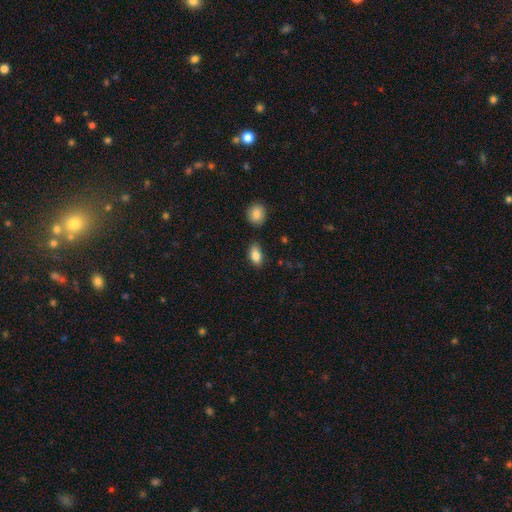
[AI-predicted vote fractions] A smooth galaxy with no disk features (85%) that is in between round and cigar-shaped (90%).

Vote fractions:
- Smooth or featured? smooth: 85% / star or artifact: 8% / featured or disk: 8%
- How rounded? in between: 90% / round: 7% / cigar-shaped: 4%
- Merging? none: 80% / minor disturbance: 13% / merger: 4% / major disturbance: 3%